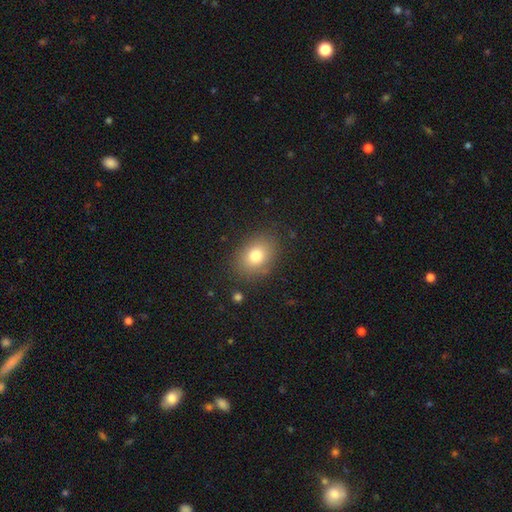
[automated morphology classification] Smooth or featured? Predicted: smooth (p=0.79). How rounded? Predicted: in between (p=0.65). Merging? Predicted: none (p=0.83).